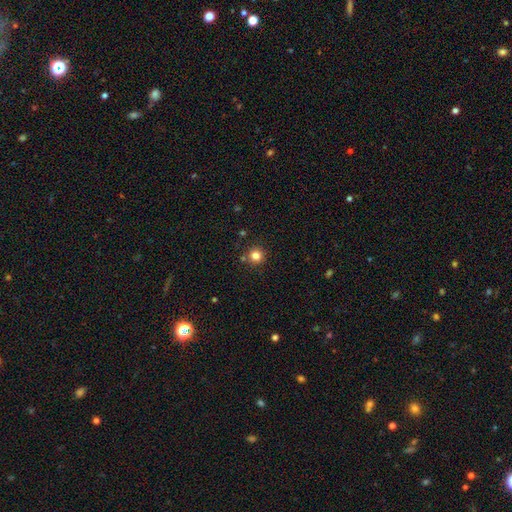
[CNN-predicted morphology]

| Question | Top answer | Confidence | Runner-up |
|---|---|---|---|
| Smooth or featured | smooth | 82% | star or artifact (13%) |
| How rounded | round | 95% | in between (4%) |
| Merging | none | 86% | minor disturbance (7%) |